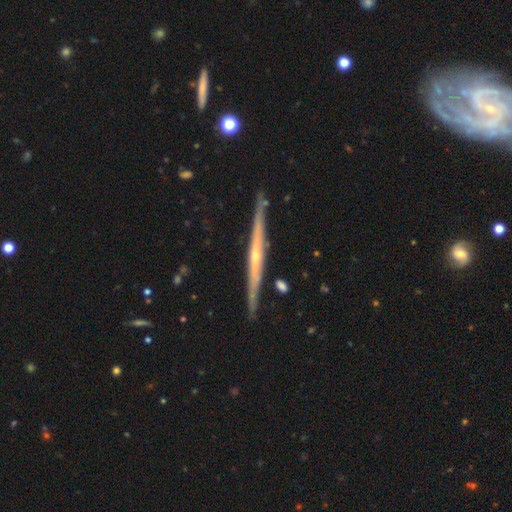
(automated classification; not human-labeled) Smooth or featured? Predicted: featured or disk (p=0.80). Edge-on disk? Predicted: yes (p=0.98). Edge-on bulge? Predicted: rounded (p=0.54). Merging? Predicted: none (p=0.88).